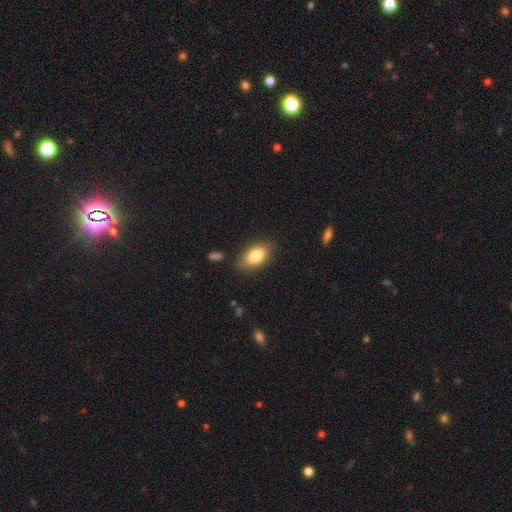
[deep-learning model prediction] Smooth or featured? smooth (84%)
How rounded? in between (90%)
Merging? none (81%)